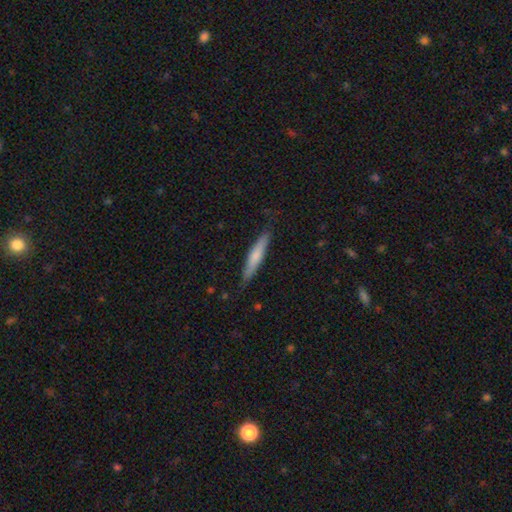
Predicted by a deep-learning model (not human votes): A smooth galaxy with no disk features (66%) that is cigar-shaped (91%).

Vote fractions:
- Smooth or featured? smooth: 66% / featured or disk: 29% / star or artifact: 5%
- How rounded? cigar-shaped: 91% / in between: 7% / round: 1%
- Merging? none: 84% / minor disturbance: 13% / major disturbance: 2% / merger: 1%